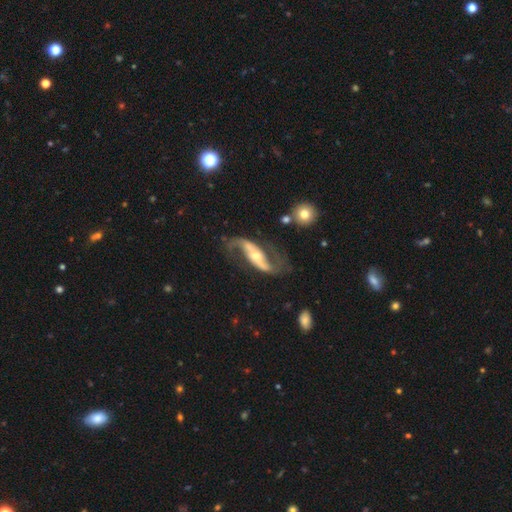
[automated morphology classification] This is clearly a featured or disk galaxy (89%). It is clearly not viewed edge-on (91%). Bar: possibly strong (50%). Spiral arm pattern: clearly yes (95%). Spiral arm count: clearly 2 (93%). Spiral winding: likely loose (76%). Central bulge: likely moderate (60%). Merging: likely none (63%).